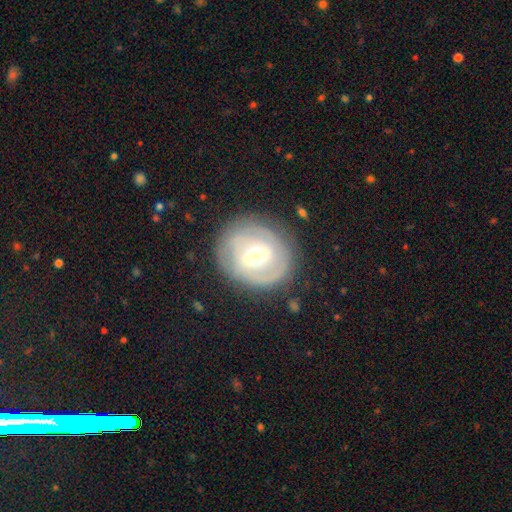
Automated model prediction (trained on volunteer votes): smooth-or-featured: featured or disk: 74% | smooth: 20% | star or artifact: 6%
  disk-edge-on: no: 96% | yes: 4%
    bar: weak: 51% | strong: 31% | no: 18%
    has-spiral-arms: yes: 74% | no: 26%
      spiral-winding: tight: 67% | medium: 24% | loose: 9%
      spiral-arm-count: 2: 44% | can't tell: 35% | 3: 8% | 1: 6% | 4: 3% | more than 4: 3%
    bulge-size: moderate: 69% | small: 22% | large: 7% | dominant: 1% | none: 1%
  merging: none: 80% | minor disturbance: 14% | major disturbance: 5% | merger: 1%